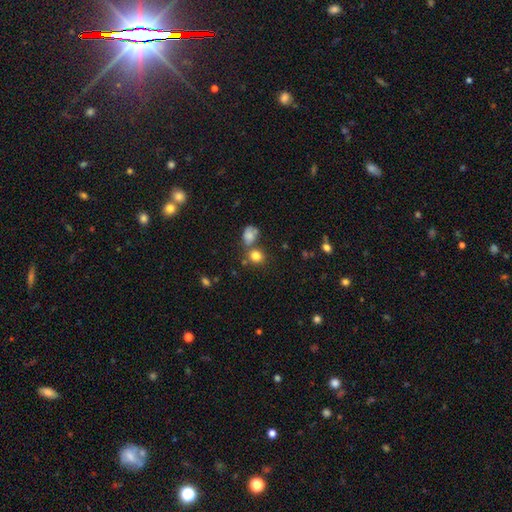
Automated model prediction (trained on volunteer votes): A smooth galaxy with no disk features (80%) that is round (77%).

Vote fractions:
- Smooth or featured? smooth: 80% / star or artifact: 12% / featured or disk: 8%
- How rounded? round: 77% / in between: 22% / cigar-shaped: 1%
- Merging? none: 61% / merger: 24% / minor disturbance: 11% / major disturbance: 5%